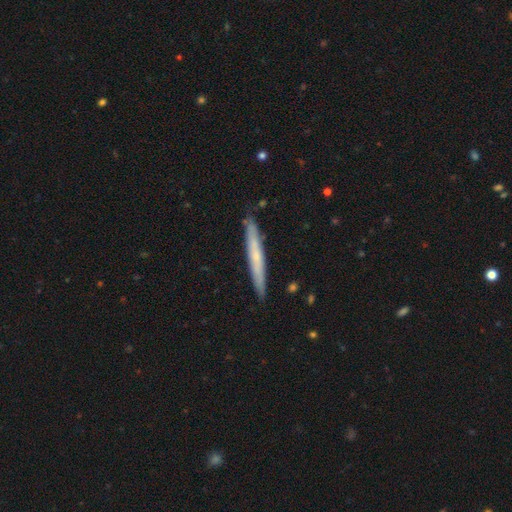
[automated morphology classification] Smooth or featured? smooth (48%)
Merging? none (89%)